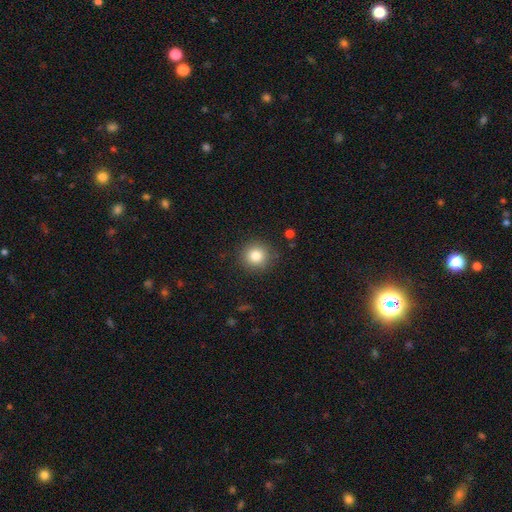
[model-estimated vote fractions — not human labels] Smooth or featured? smooth (82%)
How rounded? round (92%)
Merging? none (88%)